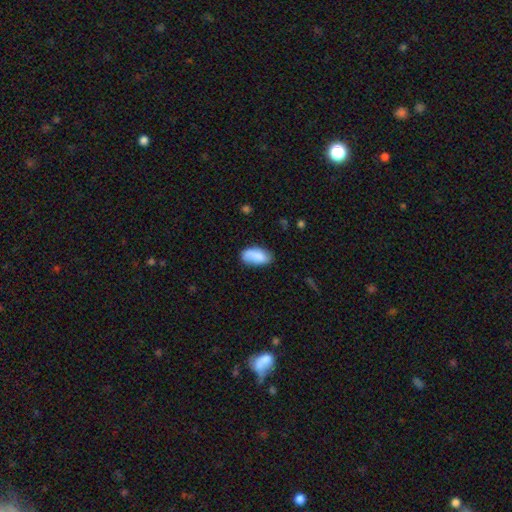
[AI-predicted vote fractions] smooth 83%, featured or disk 10%, star or artifact 7%. Down the decision tree: how rounded — in between (93%); merging — none (68%).